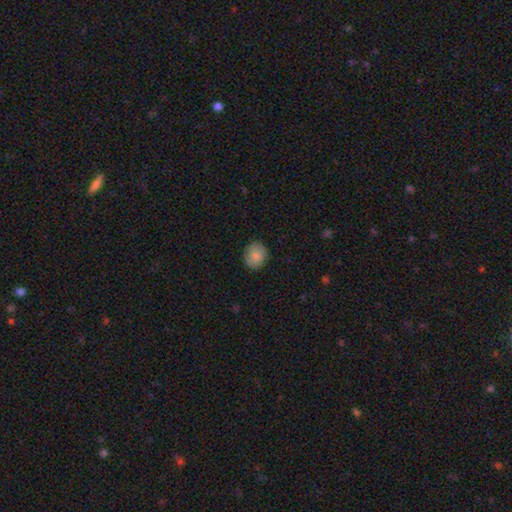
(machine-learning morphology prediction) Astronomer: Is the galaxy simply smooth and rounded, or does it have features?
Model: smooth — 85%.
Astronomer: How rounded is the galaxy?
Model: round — 64%.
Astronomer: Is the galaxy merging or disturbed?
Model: none — 85%.